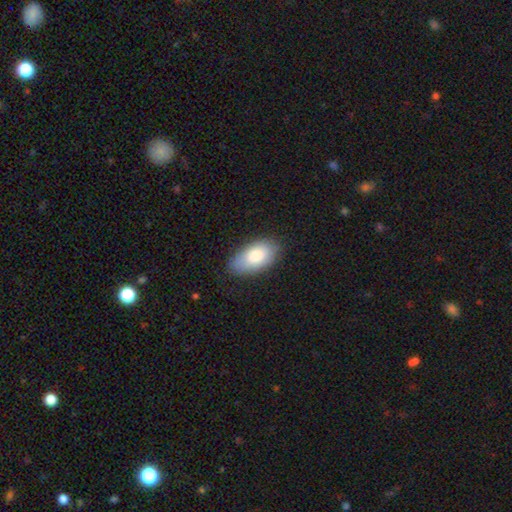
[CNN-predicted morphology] Smooth or featured? Predicted: smooth (p=0.81). How rounded? Predicted: in between (p=0.94). Merging? Predicted: none (p=0.82).